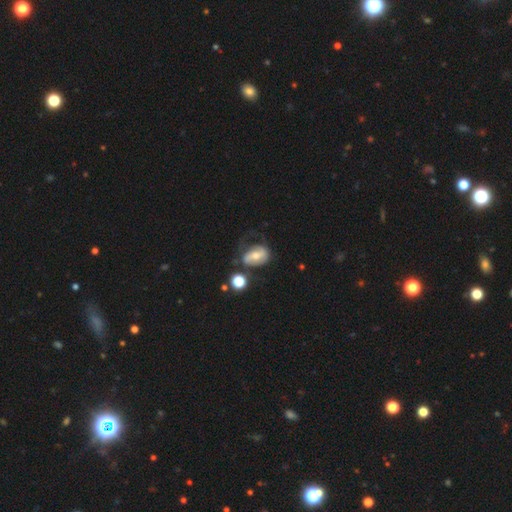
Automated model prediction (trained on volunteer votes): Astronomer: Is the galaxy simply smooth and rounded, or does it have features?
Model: featured or disk — 47% (runner-up: smooth, 43%).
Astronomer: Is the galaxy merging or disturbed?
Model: none — 40% (runner-up: minor disturbance, 26%).